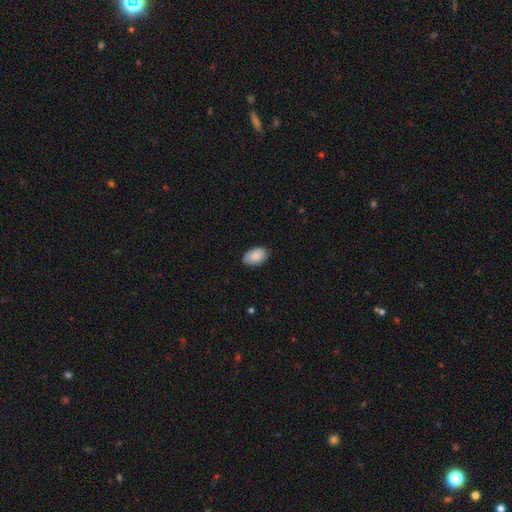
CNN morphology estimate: Smooth or featured? smooth (87%)
How rounded? in between (92%)
Merging? none (83%)